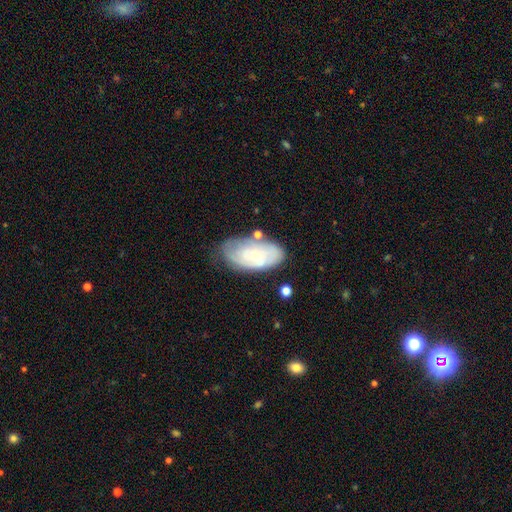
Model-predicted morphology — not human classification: This is possibly a featured or disk galaxy (58%). It is clearly not viewed edge-on (93%). Bar: clearly no (83%). Spiral arm pattern: likely yes (61%). Central bulge: likely small (64%). Merging: possibly none (58%).